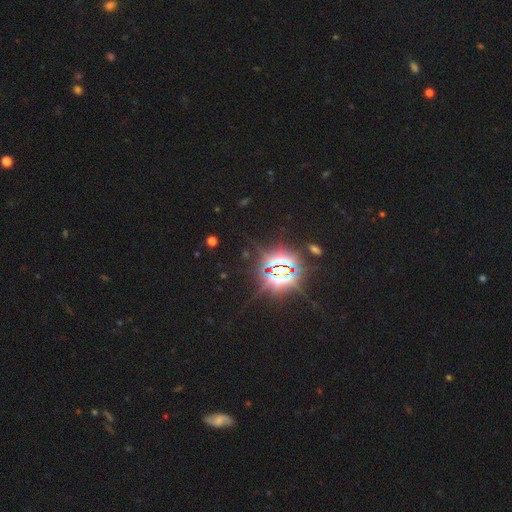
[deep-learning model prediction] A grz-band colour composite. It shows a star or artifact, not a galaxy (86%).